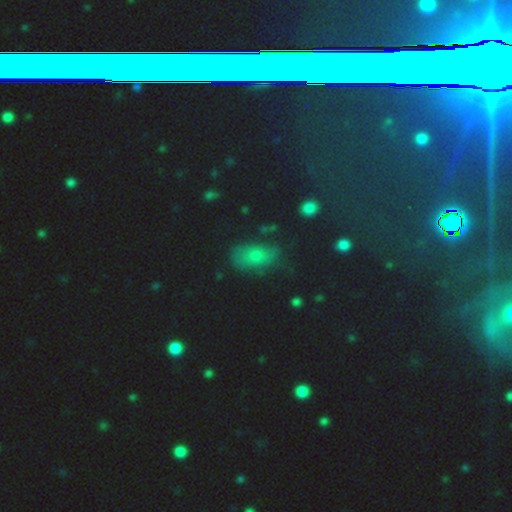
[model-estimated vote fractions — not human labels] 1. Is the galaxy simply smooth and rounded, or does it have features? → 58% smooth, 28% star or artifact, 15% featured or disk.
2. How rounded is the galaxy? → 82% in between, 13% round, 5% cigar-shaped.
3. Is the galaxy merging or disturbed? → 67% none, 21% minor disturbance, 8% major disturbance, 4% merger.